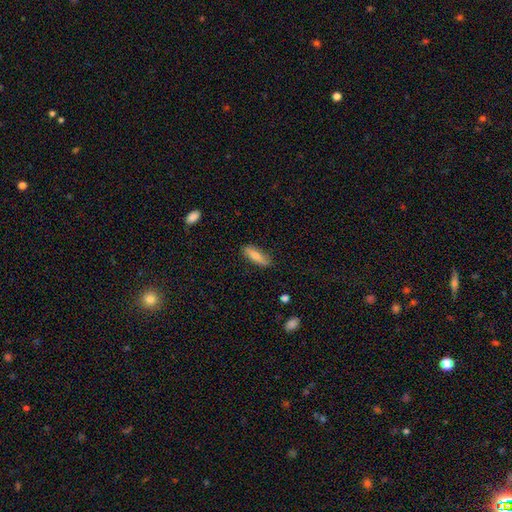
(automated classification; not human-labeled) smooth 76%, featured or disk 18%, star or artifact 6%. Down the decision tree: how rounded — cigar-shaped (53%); merging — none (83%).